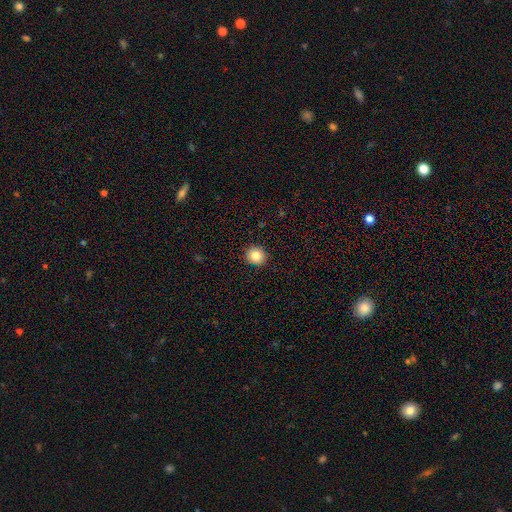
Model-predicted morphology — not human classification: smooth-or-featured: smooth: 84% | star or artifact: 10% | featured or disk: 6%
  how-rounded: round: 89% | in between: 10% | cigar-shaped: 1%
  merging: none: 92% | minor disturbance: 5% | major disturbance: 2% | merger: 1%